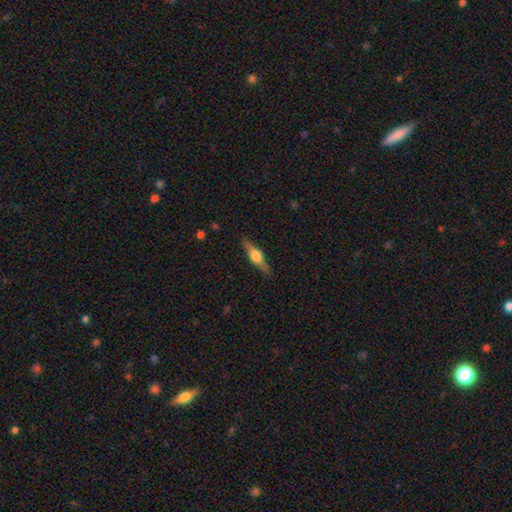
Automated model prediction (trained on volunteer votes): smooth-or-featured: featured or disk: 69% | smooth: 25% | star or artifact: 6%
  disk-edge-on: yes: 97% | no: 3%
    edge-on-bulge: rounded: 93% | boxy: 5% | none: 2%
  merging: none: 88% | minor disturbance: 9% | major disturbance: 2% | merger: 1%